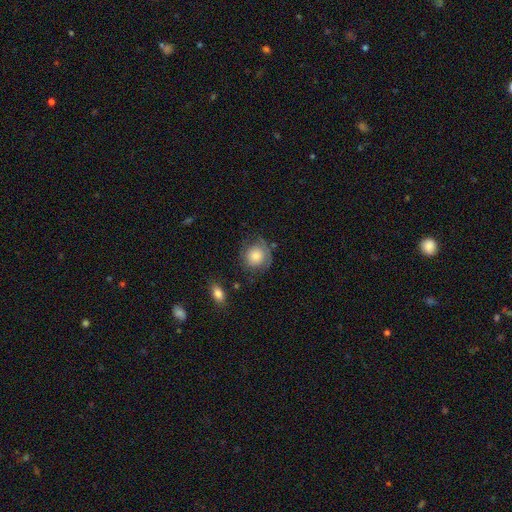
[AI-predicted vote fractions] The model was most divided on "merging": none: 63%, minor disturbance: 23%, major disturbance: 11%, merger: 3%. More confident: how rounded — round (85%); smooth or featured — smooth (67%).